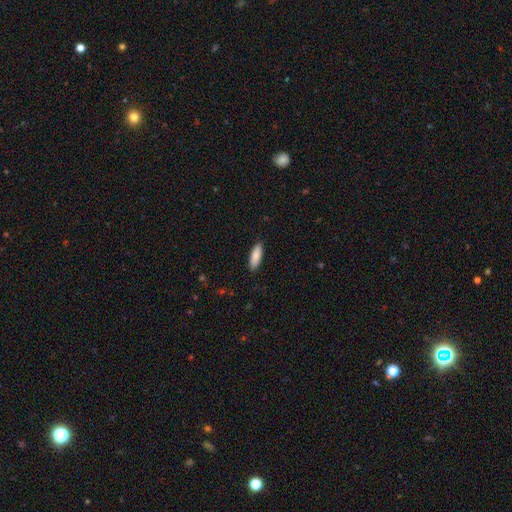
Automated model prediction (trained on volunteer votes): smooth-or-featured: smooth: 85% | featured or disk: 10% | star or artifact: 6%
  how-rounded: in between: 60% | cigar-shaped: 39% | round: 2%
  merging: none: 89% | minor disturbance: 9% | major disturbance: 2% | merger: 1%